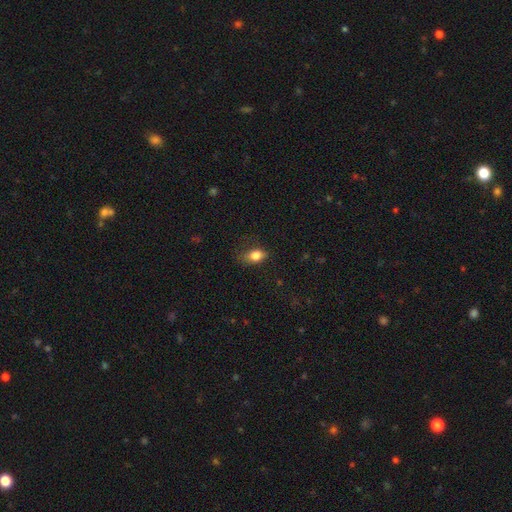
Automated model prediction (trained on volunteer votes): Q: Smooth or featured?
A: smooth (82%); runner-up: star or artifact (9%)
Q: How rounded?
A: in between (81%); runner-up: round (16%)
Q: Merging?
A: none (65%); runner-up: minor disturbance (25%)